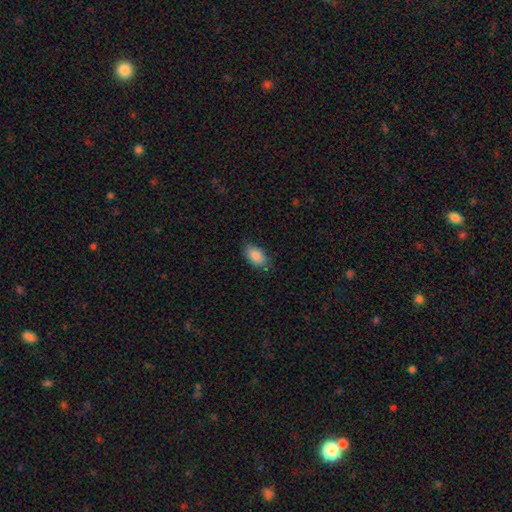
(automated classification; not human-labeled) This appears to be a smooth galaxy with no disk features (88%) that is in between round and cigar-shaped (93%). Merging: none (82%).